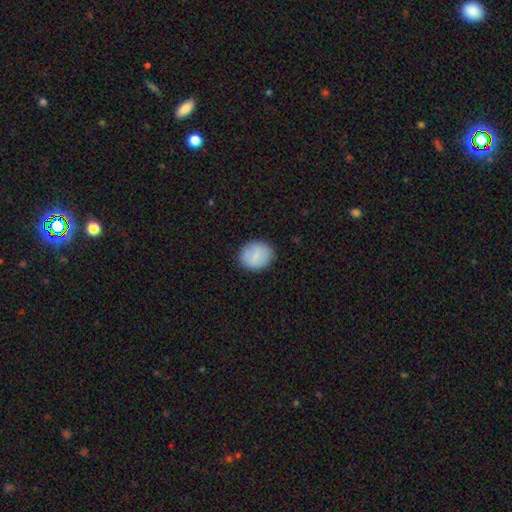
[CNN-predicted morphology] Smooth or featured?
  - smooth: 79% *
  - featured or disk: 14%
  - star or artifact: 7%
How rounded?
  - round: 65% *
  - in between: 34%
  - cigar-shaped: 1%
Merging?
  - none: 86% *
  - minor disturbance: 10%
  - major disturbance: 3%
  - merger: 1%